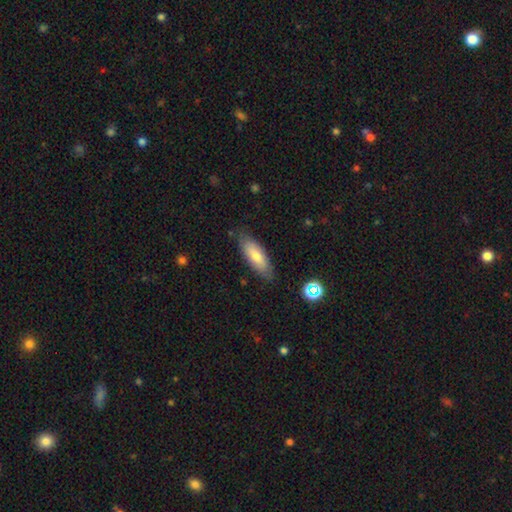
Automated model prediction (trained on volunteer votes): A smooth galaxy with no disk features (75%) that is in between round and cigar-shaped (63%). Merging: none (81%).